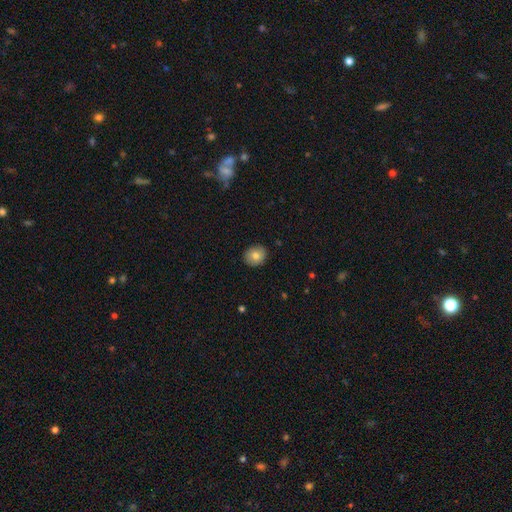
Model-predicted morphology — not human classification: Smooth or featured? Predicted: smooth (p=0.77). How rounded? Predicted: round (p=0.74). Merging? Predicted: none (p=0.89).